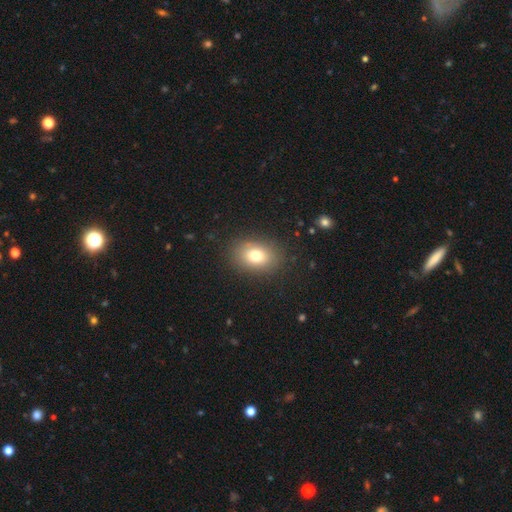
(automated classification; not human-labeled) smooth_or_featured: smooth (p=0.77) [alt: featured or disk p=0.12]
how_rounded: in between (p=0.72) [alt: round p=0.27]
merging: none (p=0.86) [alt: minor disturbance p=0.10]